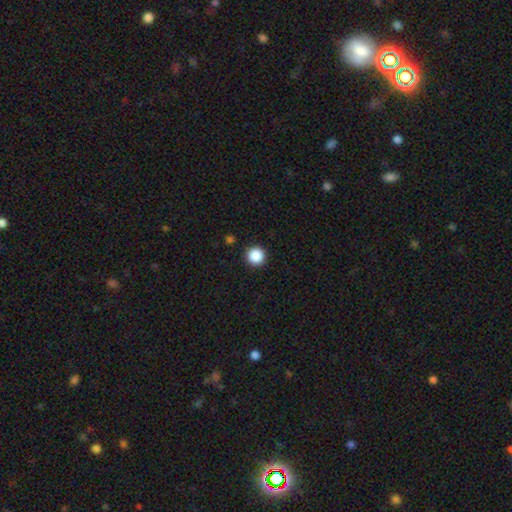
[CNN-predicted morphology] Smooth or featured? smooth (88%)
How rounded? round (96%)
Merging? none (93%)